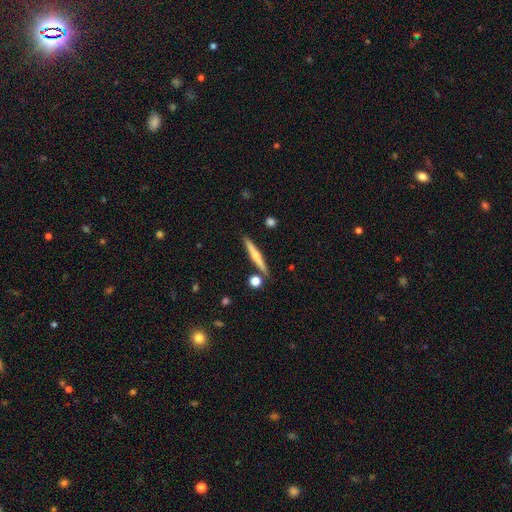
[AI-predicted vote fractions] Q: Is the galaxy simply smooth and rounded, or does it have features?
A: featured or disk — 51%.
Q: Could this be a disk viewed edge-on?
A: yes — 97%.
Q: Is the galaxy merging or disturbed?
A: none — 86%.